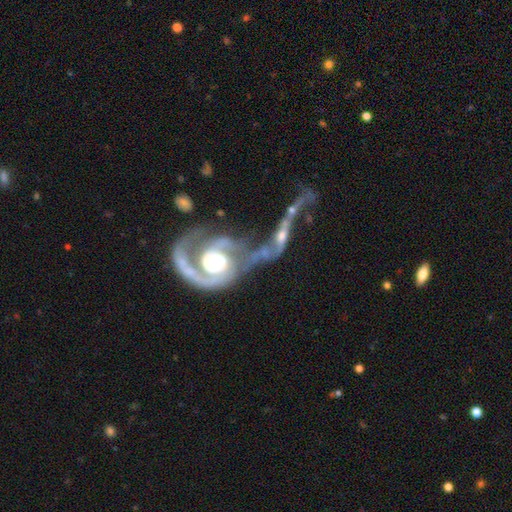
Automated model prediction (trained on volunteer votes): Overall: featured or disk (85%). Edge-on disk: no (95%). Bar: no (52%; weak 33%). Spiral arms: yes (90%). Spiral arm count: 2 (59%; 1 21%). Spiral winding: loose (36%; medium 35%). Bulge size: moderate (51%; large 26%). Merging: merger (64%).